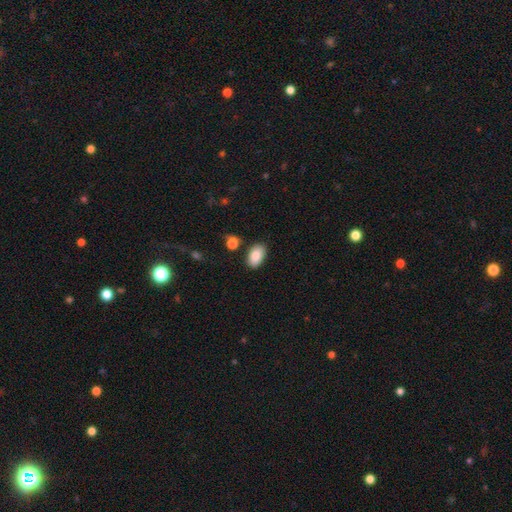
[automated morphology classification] A smooth galaxy with no disk features (85%) that is in between round and cigar-shaped (93%). Merging: none (83%).